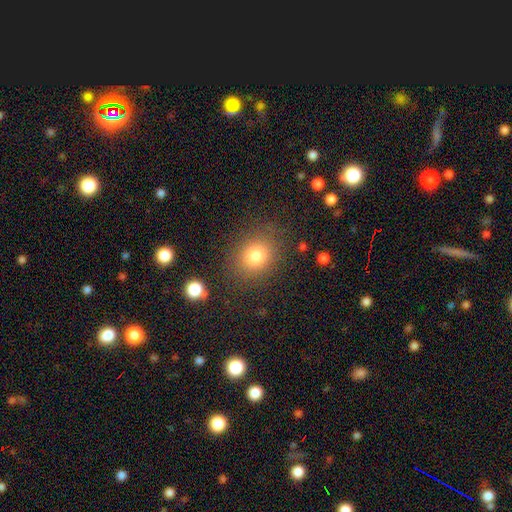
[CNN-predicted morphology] This appears to be a smooth galaxy with no disk features (79%) that is round (63%). Merging: none (82%).